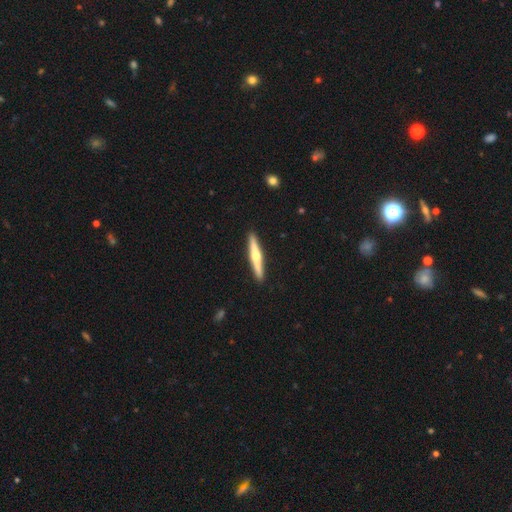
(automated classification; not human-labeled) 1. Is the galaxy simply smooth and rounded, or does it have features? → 63% featured or disk, 32% smooth, 5% star or artifact.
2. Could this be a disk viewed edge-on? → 98% yes, 2% no.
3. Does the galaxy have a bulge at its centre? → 90% rounded, 6% none, 3% boxy.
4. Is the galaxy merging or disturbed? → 92% none, 6% minor disturbance, 1% major disturbance, 1% merger.